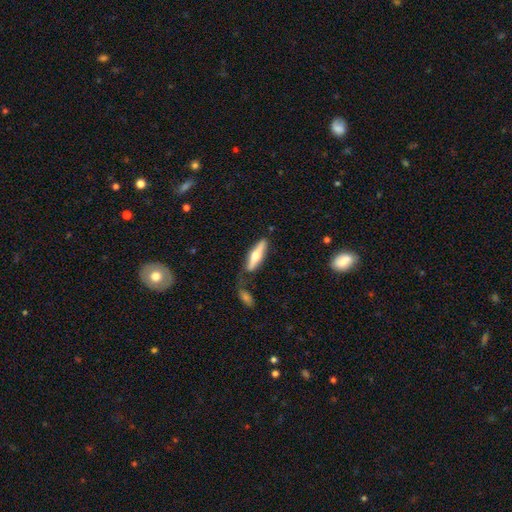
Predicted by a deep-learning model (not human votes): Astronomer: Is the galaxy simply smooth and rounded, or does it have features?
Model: featured or disk — 51% (runner-up: smooth, 44%).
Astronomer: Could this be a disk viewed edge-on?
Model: yes — 89%.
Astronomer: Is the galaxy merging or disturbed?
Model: none — 70%.